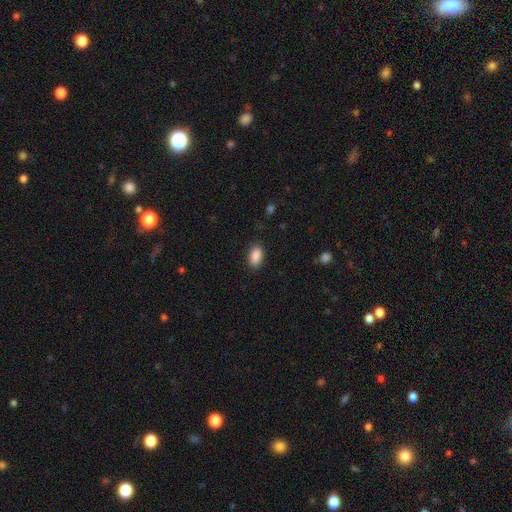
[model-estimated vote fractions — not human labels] A smooth galaxy with no disk features (89%) that is in between round and cigar-shaped (92%). Merging: none (85%).